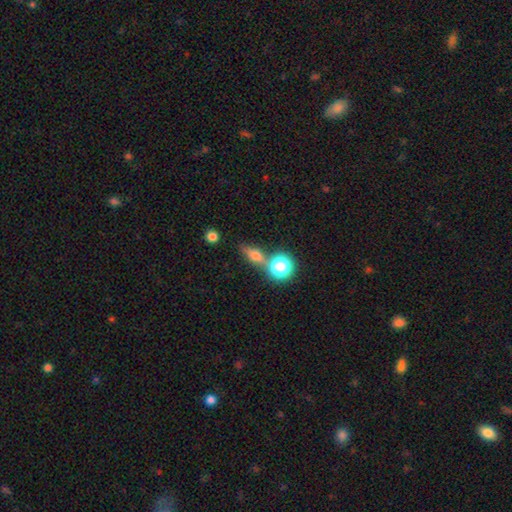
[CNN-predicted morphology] This appears to be a smooth galaxy with no disk features (47%). Merging: none (69%).